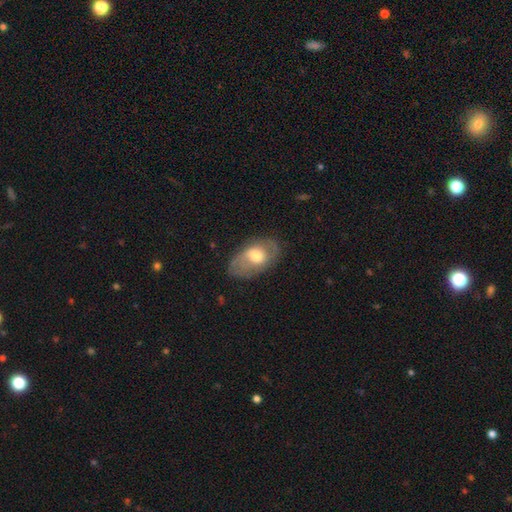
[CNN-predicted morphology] The model was most divided on "smooth or featured": featured or disk: 49%, smooth: 44%, star or artifact: 7%. More confident: merging — none (71%).